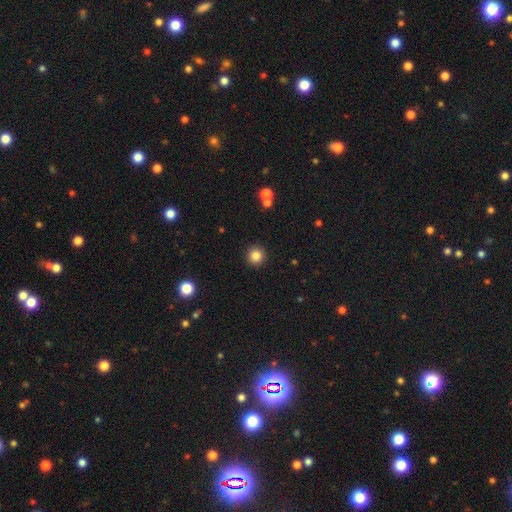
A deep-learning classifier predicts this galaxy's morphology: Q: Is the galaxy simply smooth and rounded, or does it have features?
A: smooth — 85%.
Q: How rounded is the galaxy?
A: round — 95%.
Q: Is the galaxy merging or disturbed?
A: none — 92%.